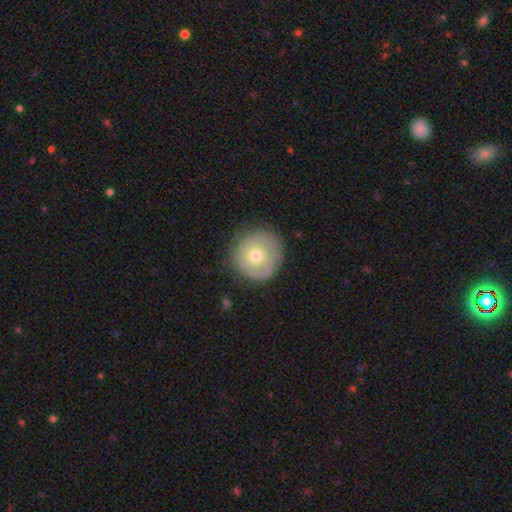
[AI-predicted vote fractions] A smooth galaxy with no disk features (51%) that is round (92%). Merging: none (78%).